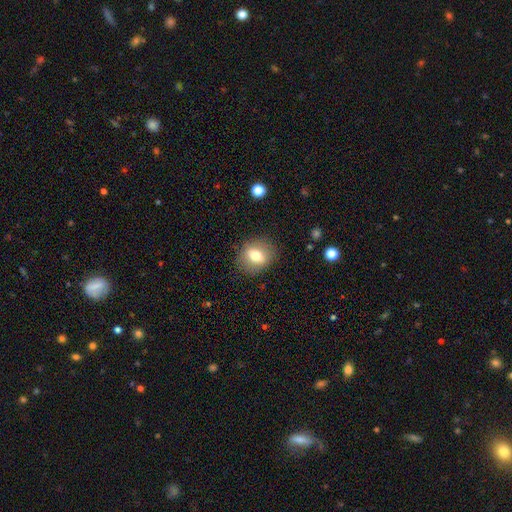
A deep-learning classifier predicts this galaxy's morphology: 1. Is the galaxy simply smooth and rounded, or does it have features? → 72% smooth, 19% featured or disk, 9% star or artifact.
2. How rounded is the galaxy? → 49% in between (tied), 49% round (tied), 2% cigar-shaped.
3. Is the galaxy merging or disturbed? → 84% none, 11% minor disturbance, 4% major disturbance, 1% merger.